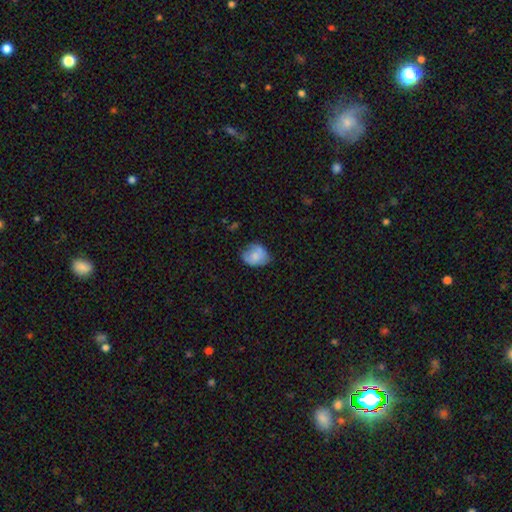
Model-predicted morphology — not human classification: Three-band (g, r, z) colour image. It shows a smooth galaxy with no disk features (69%) that is in between round and cigar-shaped (55%). Merging: none (55%).